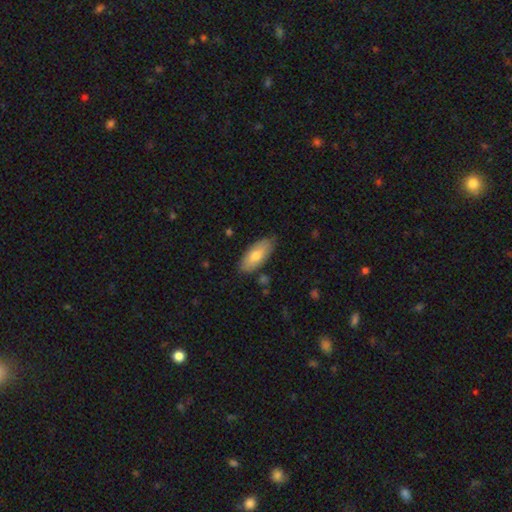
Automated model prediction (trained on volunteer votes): Overall: smooth (74%). How rounded: in between (87%). Merging: none (81%).